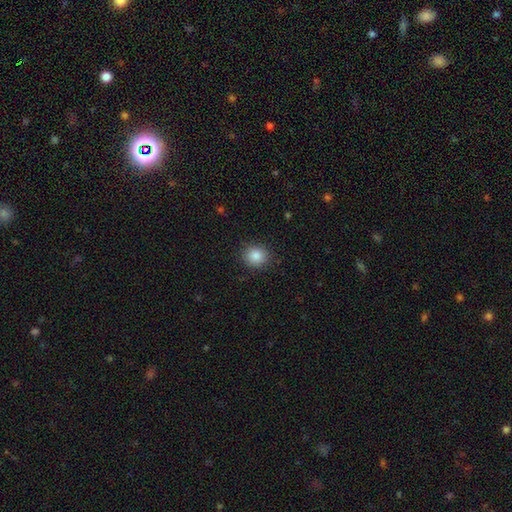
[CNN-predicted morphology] Q: Smooth or featured?
A: smooth (86%); runner-up: star or artifact (10%)
Q: How rounded?
A: round (82%); runner-up: in between (17%)
Q: Merging?
A: none (89%); runner-up: minor disturbance (7%)